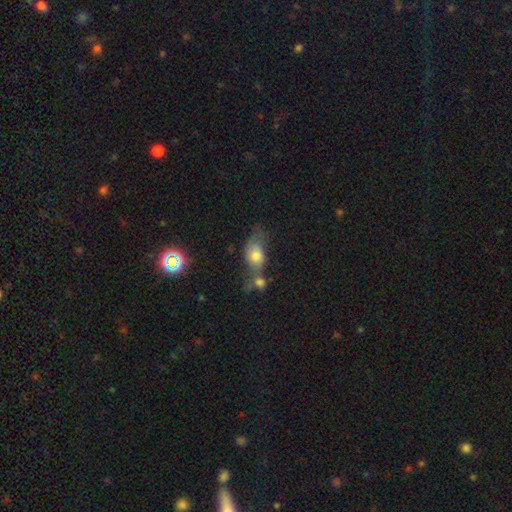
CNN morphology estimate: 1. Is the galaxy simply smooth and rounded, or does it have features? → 64% smooth, 23% featured or disk, 12% star or artifact.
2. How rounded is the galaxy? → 74% in between, 21% round, 5% cigar-shaped.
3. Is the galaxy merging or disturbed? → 37% merger, 29% none, 18% minor disturbance, 15% major disturbance.